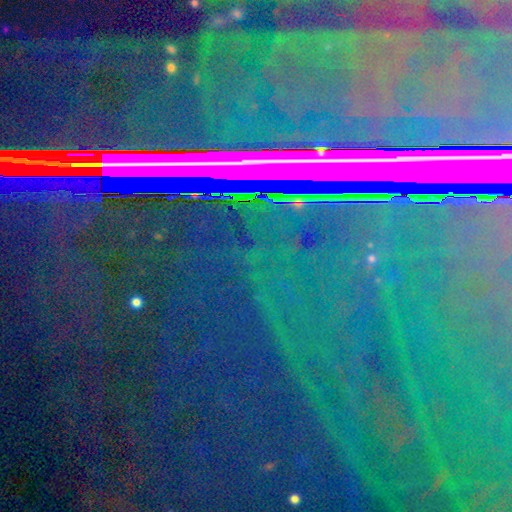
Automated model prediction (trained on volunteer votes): Smooth or featured? star or artifact (87%)